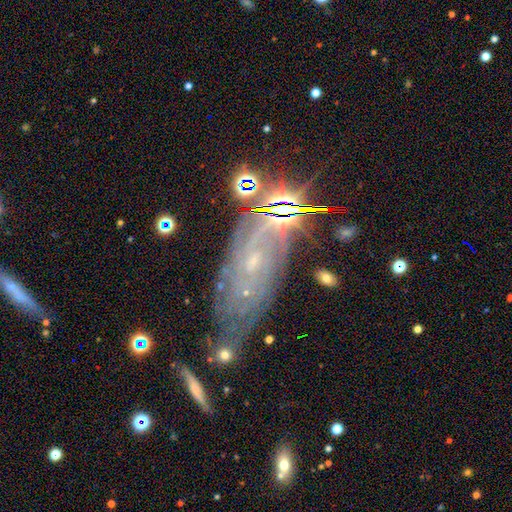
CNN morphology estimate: Smooth or featured? featured or disk (65%)
Edge-on disk? no (82%)
Bar? no (77%)
Spiral arms? yes (79%)
Bulge size? small (82%)
Merging? none (66%)